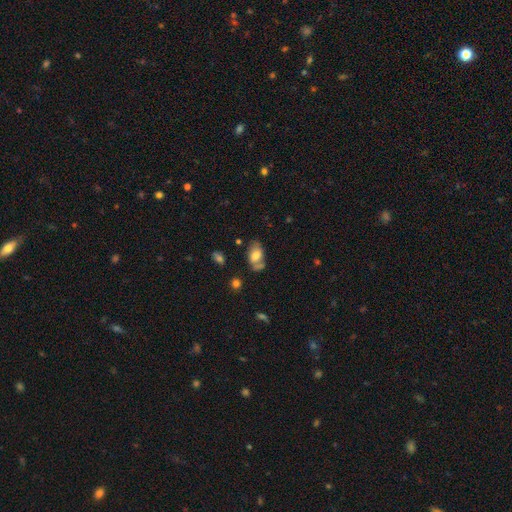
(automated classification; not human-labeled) Smooth or featured?
  - smooth: 63% *
  - featured or disk: 28%
  - star or artifact: 8%
How rounded?
  - in between: 92% *
  - round: 6%
  - cigar-shaped: 2%
Merging?
  - none: 51% *
  - minor disturbance: 25%
  - merger: 15%
  - major disturbance: 10%